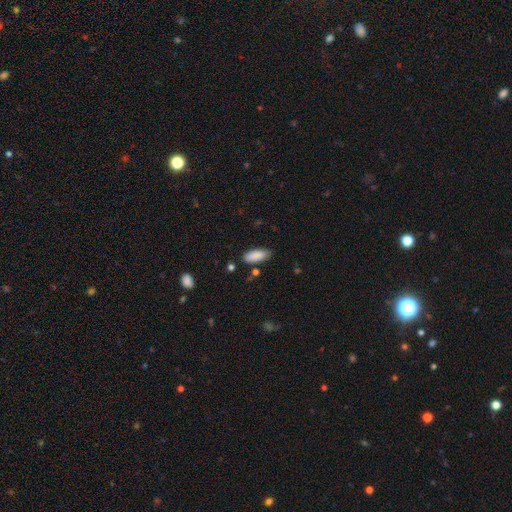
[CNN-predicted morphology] This appears to be a smooth galaxy with no disk features (88%) that is in between round and cigar-shaped (79%). Merging: none (80%).